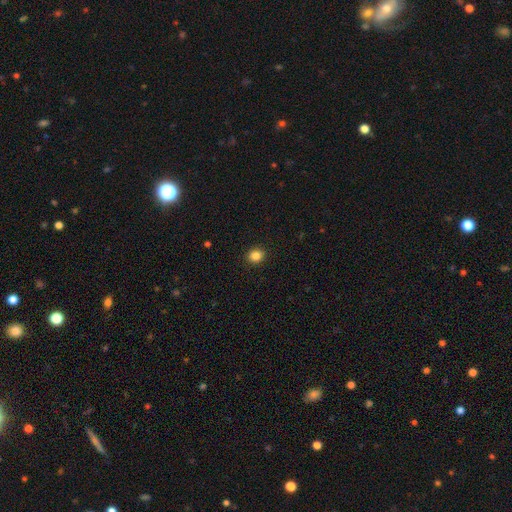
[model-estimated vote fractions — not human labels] Overall: smooth (85%). How rounded: round (73%). Merging: none (92%).